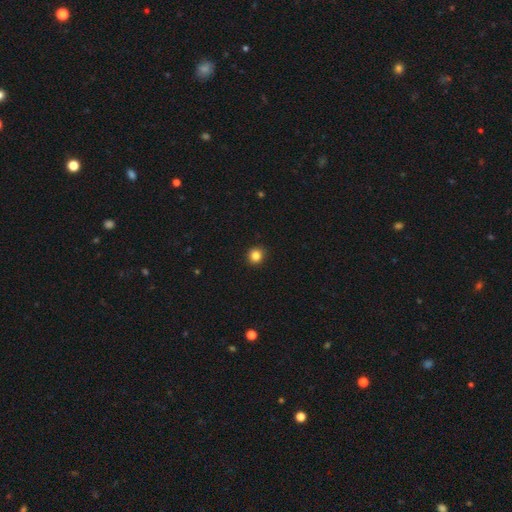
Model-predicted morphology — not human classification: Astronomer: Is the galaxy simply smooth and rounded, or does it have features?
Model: smooth — 84%.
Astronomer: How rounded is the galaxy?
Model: round — 92%.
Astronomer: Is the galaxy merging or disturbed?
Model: none — 92%.